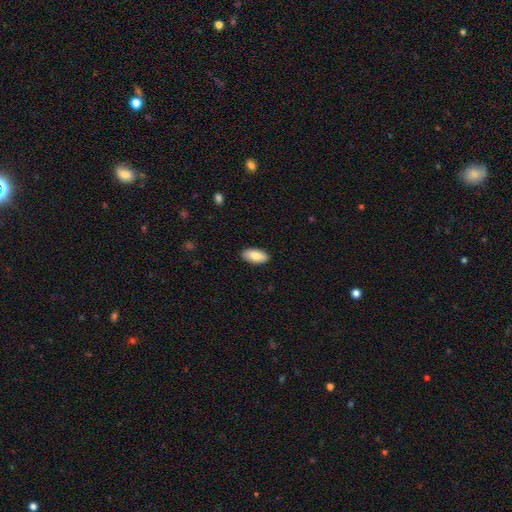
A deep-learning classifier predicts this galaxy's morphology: smooth_or_featured: smooth (p=0.81) [alt: featured or disk p=0.13]
how_rounded: in between (p=0.89) [alt: cigar-shaped p=0.09]
merging: none (p=0.89) [alt: minor disturbance p=0.08]